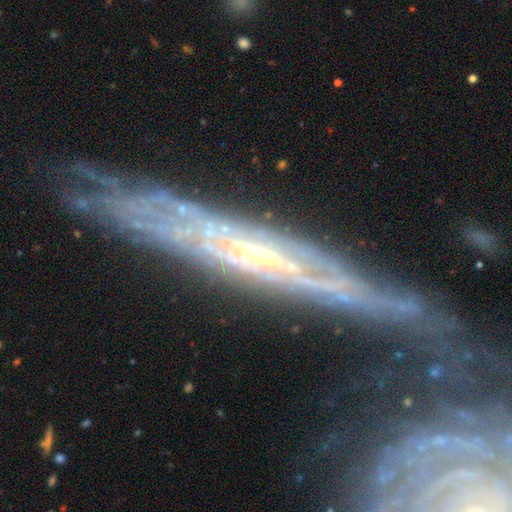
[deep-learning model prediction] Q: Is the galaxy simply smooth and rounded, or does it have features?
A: featured or disk — 85%.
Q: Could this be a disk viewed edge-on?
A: no — 64%.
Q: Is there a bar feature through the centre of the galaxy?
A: no — 64%.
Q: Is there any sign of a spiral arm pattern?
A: yes — 91%.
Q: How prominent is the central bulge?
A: small — 78%.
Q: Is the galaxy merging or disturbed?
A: none — 48%.